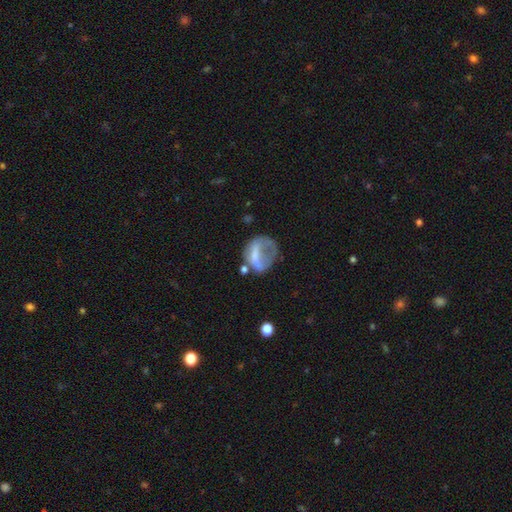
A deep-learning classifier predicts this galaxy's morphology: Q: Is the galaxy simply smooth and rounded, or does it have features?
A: smooth — 48%.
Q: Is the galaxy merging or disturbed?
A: major disturbance — 40%.